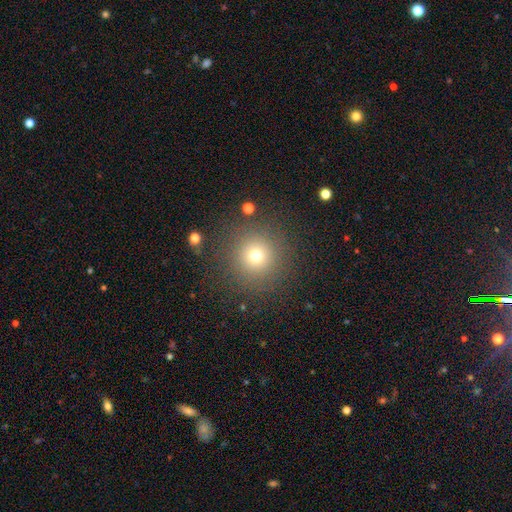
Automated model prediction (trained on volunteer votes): Smooth or featured? Predicted: smooth (p=0.70). How rounded? Predicted: round (p=0.95). Merging? Predicted: none (p=0.87).